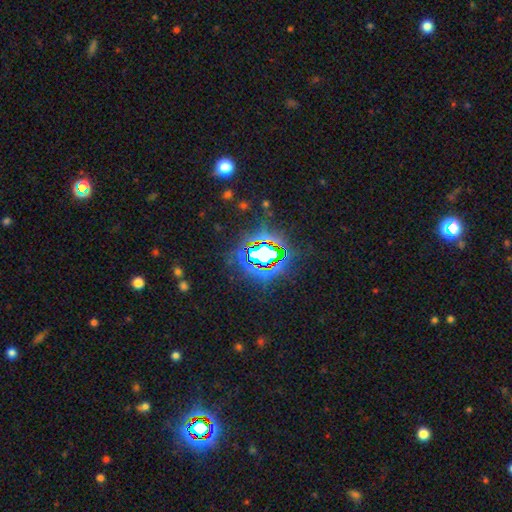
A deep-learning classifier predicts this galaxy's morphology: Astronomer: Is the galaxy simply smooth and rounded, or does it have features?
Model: star or artifact — 79%.